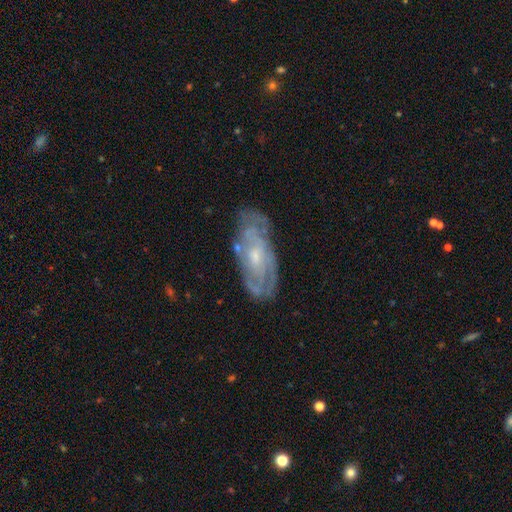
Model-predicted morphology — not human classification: Smooth or featured: featured or disk — 76% (smooth — 18%)
Edge-on disk: no — 89% (yes — 11%)
Bar: no — 67% (weak — 28%)
Spiral arms: yes — 76% (no — 24%)
Spiral winding: tight — 62% (medium — 29%)
Spiral arm count: can't tell — 58% (2 — 20%)
Bulge size: small — 55% (moderate — 38%)
Merging: none — 71% (minor disturbance — 20%)